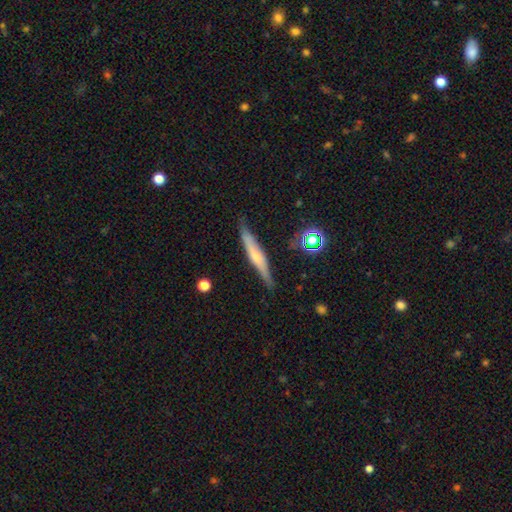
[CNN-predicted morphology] Smooth or featured? featured or disk (56%)
Edge-on disk? yes (93%)
Edge-on bulge? rounded (66%)
Merging? none (82%)